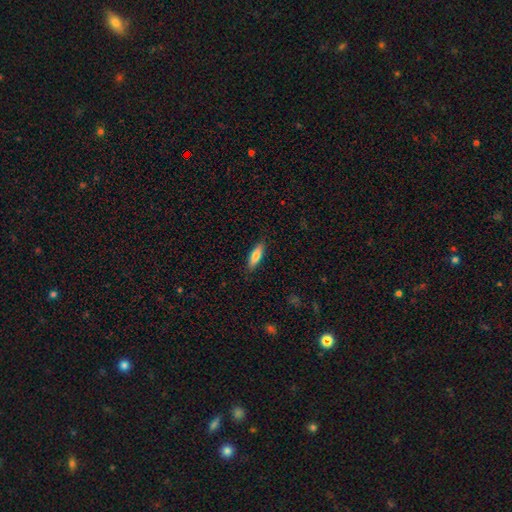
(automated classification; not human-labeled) smooth-or-featured: smooth: 76% | featured or disk: 18% | star or artifact: 6%
  how-rounded: cigar-shaped: 56% | in between: 43% | round: 2%
  merging: none: 88% | minor disturbance: 9% | major disturbance: 2% | merger: 1%